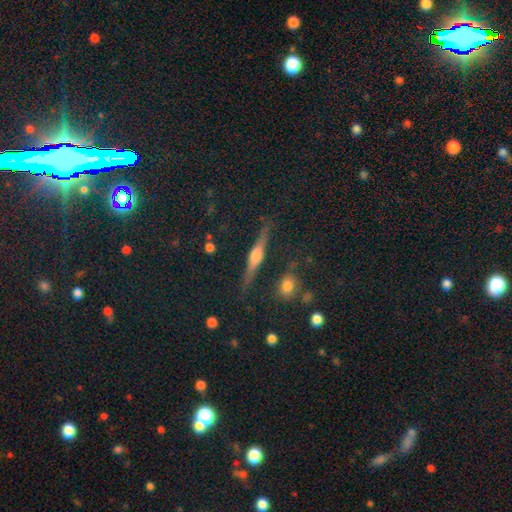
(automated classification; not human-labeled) A featured or disk galaxy (66%) viewed edge-on (96%) with a rounded central bulge (82%). Merging: none (86%).